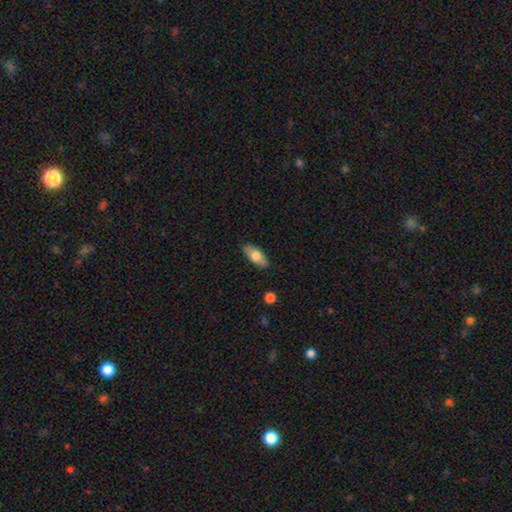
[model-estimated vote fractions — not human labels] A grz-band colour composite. It shows a smooth galaxy with no disk features (69%) that is in between round and cigar-shaped (85%). Merging: none (85%).